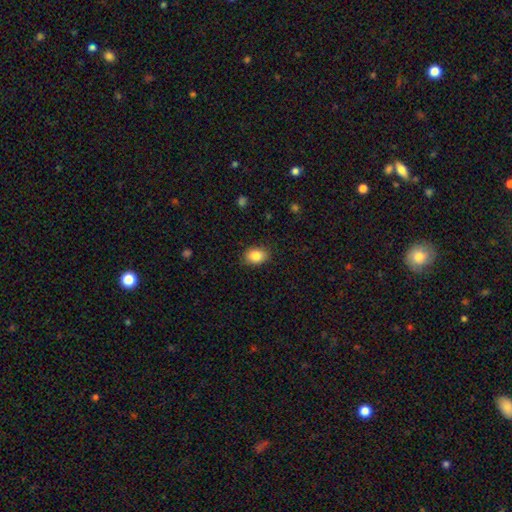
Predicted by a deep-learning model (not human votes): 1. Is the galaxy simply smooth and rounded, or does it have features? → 85% smooth, 8% star or artifact, 6% featured or disk.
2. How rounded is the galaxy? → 73% in between, 26% round, 1% cigar-shaped.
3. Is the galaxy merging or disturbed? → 85% none, 12% minor disturbance, 2% major disturbance, 1% merger.